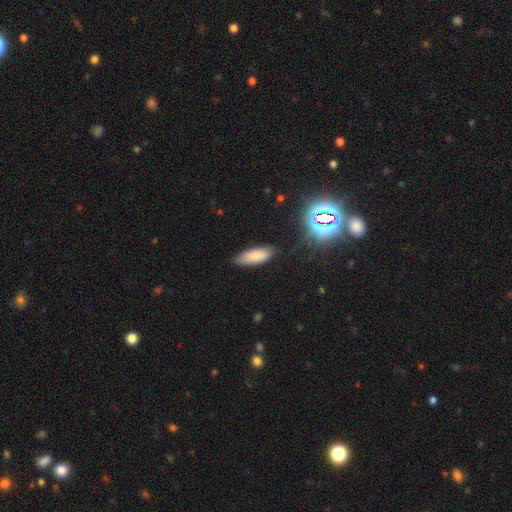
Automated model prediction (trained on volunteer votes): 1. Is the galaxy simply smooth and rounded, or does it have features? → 78% smooth, 11% featured or disk, 10% star or artifact.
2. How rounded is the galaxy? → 71% in between, 27% cigar-shaped, 2% round.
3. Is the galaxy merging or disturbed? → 80% none, 15% minor disturbance, 3% major disturbance, 2% merger.